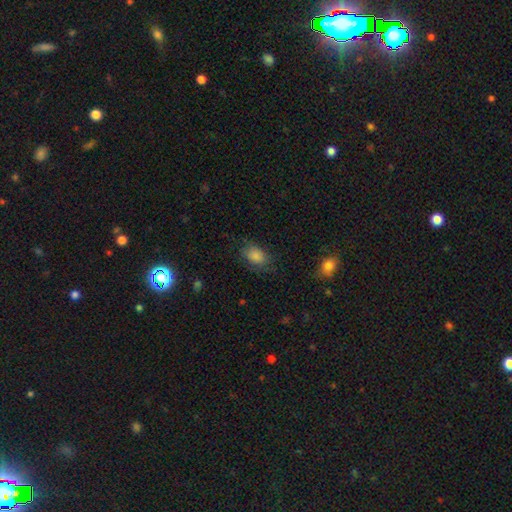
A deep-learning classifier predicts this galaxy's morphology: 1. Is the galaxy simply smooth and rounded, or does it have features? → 84% smooth, 9% star or artifact, 7% featured or disk.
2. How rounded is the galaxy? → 79% in between, 20% round, 1% cigar-shaped.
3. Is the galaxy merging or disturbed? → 72% none, 19% minor disturbance, 7% major disturbance, 1% merger.